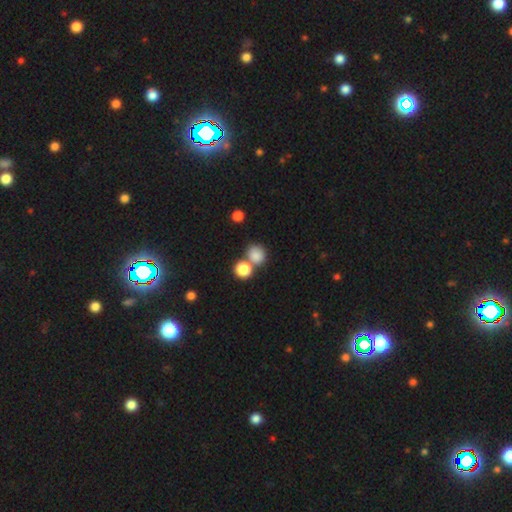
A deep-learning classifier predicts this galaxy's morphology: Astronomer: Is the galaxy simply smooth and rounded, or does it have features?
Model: smooth — 82%.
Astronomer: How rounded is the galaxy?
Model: round — 77%.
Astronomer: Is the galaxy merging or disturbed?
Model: none — 54% (runner-up: merger, 32%).